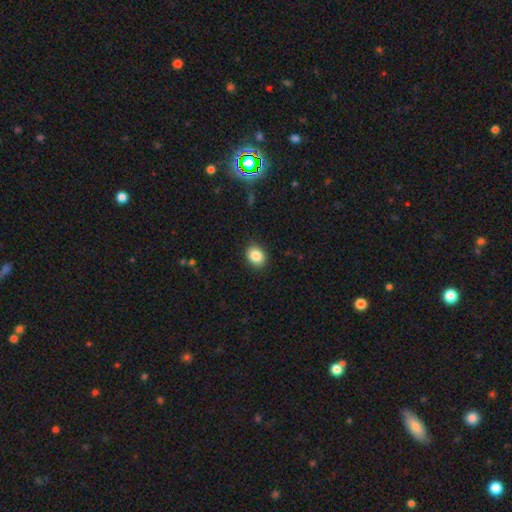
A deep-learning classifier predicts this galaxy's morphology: A smooth galaxy with no disk features (86%) that is in between round and cigar-shaped (51%). Merging: none (88%).